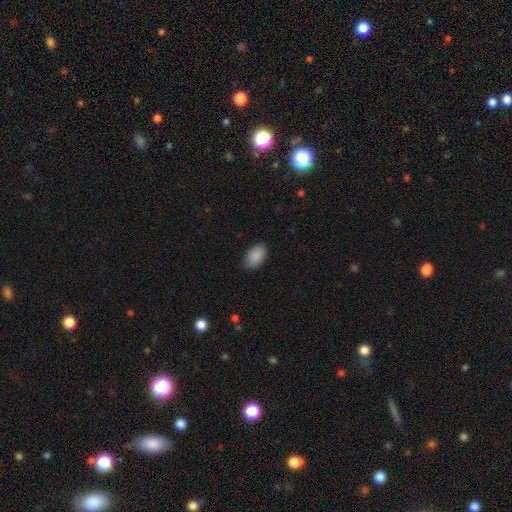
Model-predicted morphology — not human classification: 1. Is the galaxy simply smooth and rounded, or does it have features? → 90% smooth, 7% star or artifact, 4% featured or disk.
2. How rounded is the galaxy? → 92% in between, 7% round, 1% cigar-shaped.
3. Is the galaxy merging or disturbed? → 83% none, 14% minor disturbance, 3% major disturbance, 1% merger.